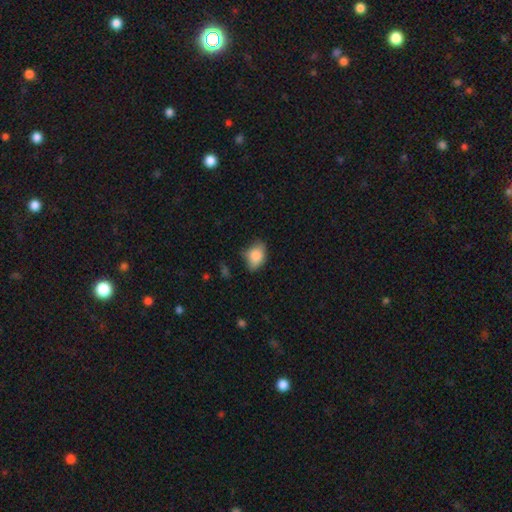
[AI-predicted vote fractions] Smooth or featured?
  - smooth: 85% *
  - star or artifact: 8%
  - featured or disk: 7%
How rounded?
  - in between: 80% *
  - round: 19%
  - cigar-shaped: 1%
Merging?
  - none: 57% *
  - minor disturbance: 33%
  - major disturbance: 8%
  - merger: 2%